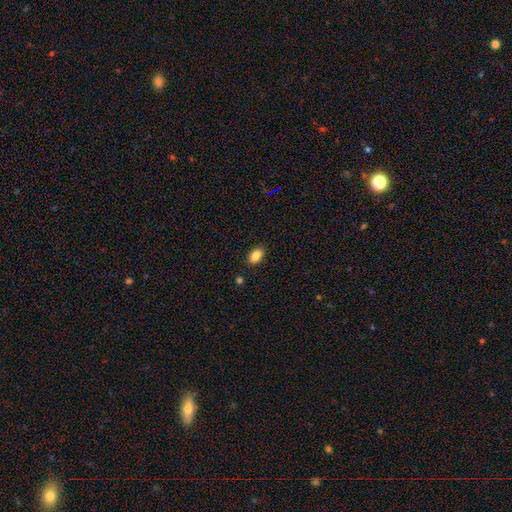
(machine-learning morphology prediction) smooth_or_featured: smooth (p=0.86) [alt: star or artifact p=0.08]
how_rounded: in between (p=0.91) [alt: round p=0.06]
merging: none (p=0.87) [alt: minor disturbance p=0.09]